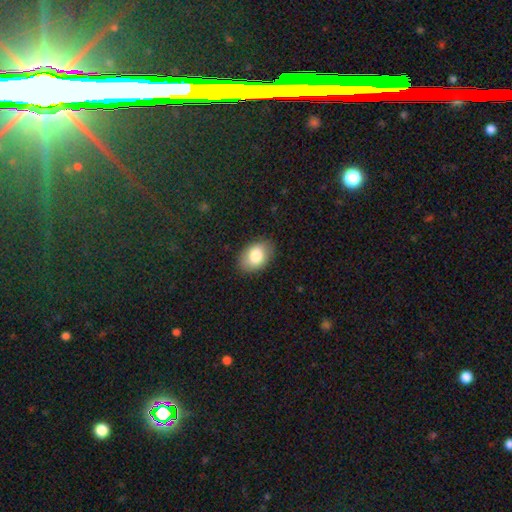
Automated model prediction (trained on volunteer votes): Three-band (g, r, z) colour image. It shows a smooth galaxy with no disk features (82%) that is in between round and cigar-shaped (84%). Merging: none (86%).